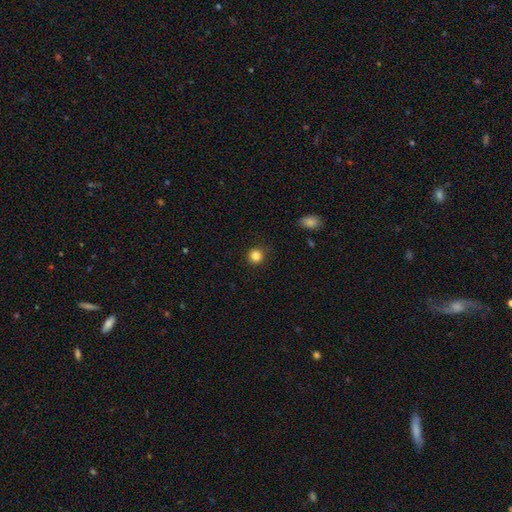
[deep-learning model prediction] smooth 85%, star or artifact 11%, featured or disk 4%. Down the decision tree: how rounded — round (91%); merging — none (88%).